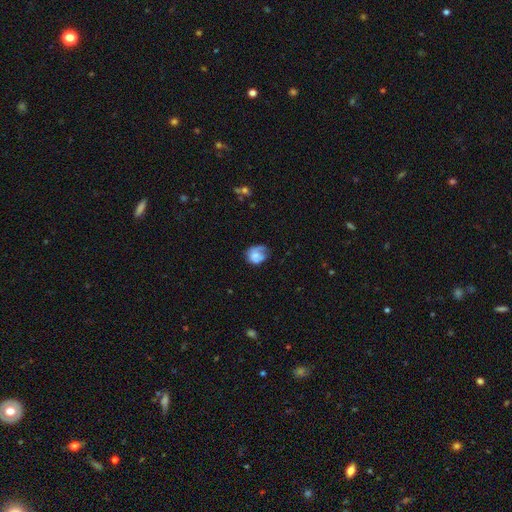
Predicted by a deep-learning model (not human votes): The model was most divided on "merging": none: 38%, minor disturbance: 34%, major disturbance: 23%, merger: 5%. More confident: how rounded — round (60%); smooth or featured — smooth (57%).